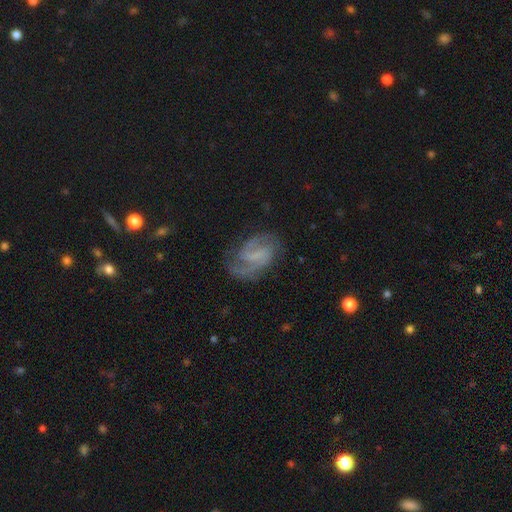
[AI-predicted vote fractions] Smooth or featured? Predicted: featured or disk (p=0.84). Edge-on disk? Predicted: no (p=0.97). Bar? Predicted: weak (p=0.48). Spiral arms? Predicted: yes (p=0.96). Spiral winding? Predicted: medium (p=0.52). Spiral arm count? Predicted: 2 (p=0.84). Bulge size? Predicted: none (p=0.56). Merging? Predicted: none (p=0.73).